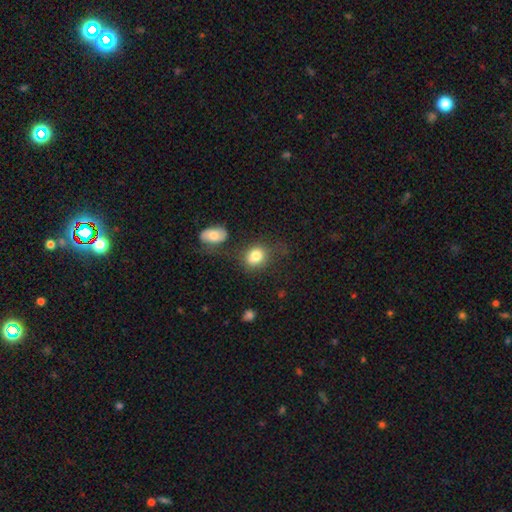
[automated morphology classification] smooth_or_featured: smooth (p=0.81) [alt: featured or disk p=0.09]
how_rounded: round (p=0.55) [alt: in between p=0.44]
merging: none (p=0.60) [alt: minor disturbance p=0.19]